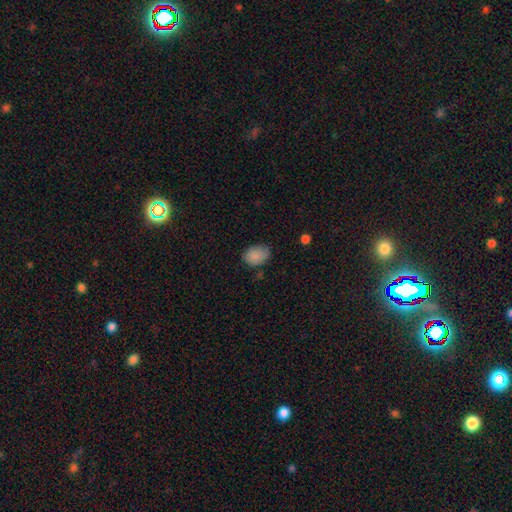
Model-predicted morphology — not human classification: Smooth or featured? Predicted: smooth (p=0.87). How rounded? Predicted: in between (p=0.75). Merging? Predicted: none (p=0.70).